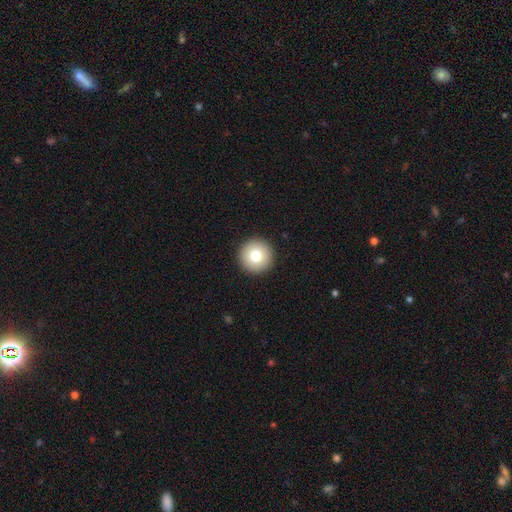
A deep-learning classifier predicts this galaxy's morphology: Smooth or featured?
  - smooth: 77% *
  - featured or disk: 13%
  - star or artifact: 10%
How rounded?
  - round: 97% *
  - in between: 2%
  - cigar-shaped: 1%
Merging?
  - none: 94% *
  - minor disturbance: 4%
  - major disturbance: 1%
  - merger: 1%